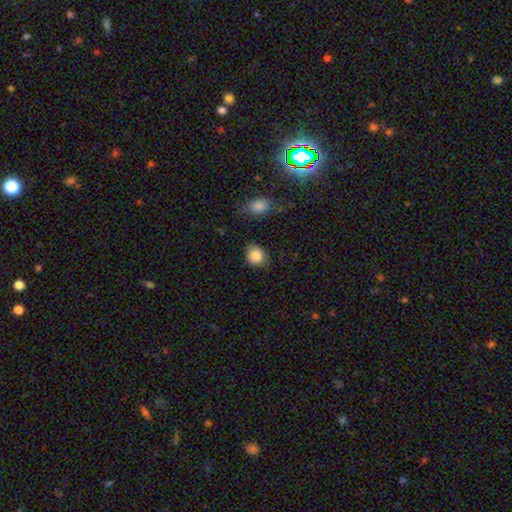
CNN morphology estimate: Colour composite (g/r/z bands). It shows a smooth galaxy with no disk features (86%) that is round (74%). Merging: none (74%).